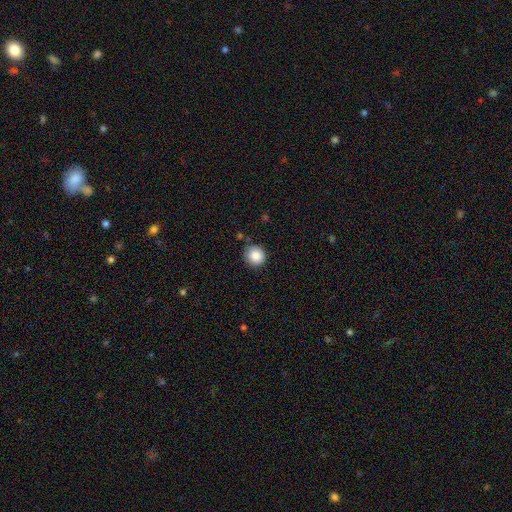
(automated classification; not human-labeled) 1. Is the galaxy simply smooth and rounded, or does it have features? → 87% smooth, 9% star or artifact, 5% featured or disk.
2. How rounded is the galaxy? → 92% round, 7% in between, 1% cigar-shaped.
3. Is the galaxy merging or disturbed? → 85% none, 10% minor disturbance, 3% merger, 2% major disturbance.